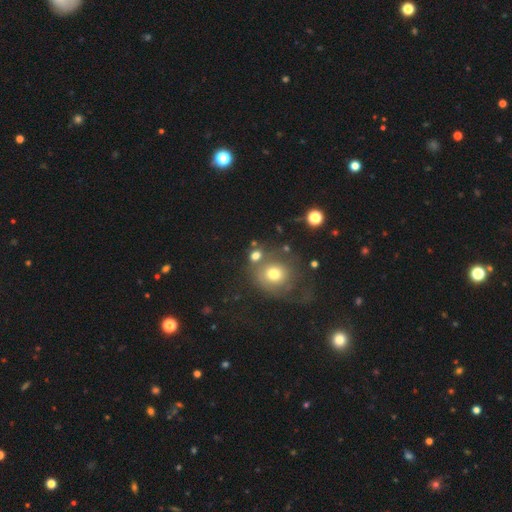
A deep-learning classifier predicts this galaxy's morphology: smooth-or-featured: smooth: 68% | featured or disk: 17% | star or artifact: 15%
  how-rounded: round: 72% | in between: 26% | cigar-shaped: 2%
  merging: none: 52% | merger: 24% | minor disturbance: 14% | major disturbance: 10%